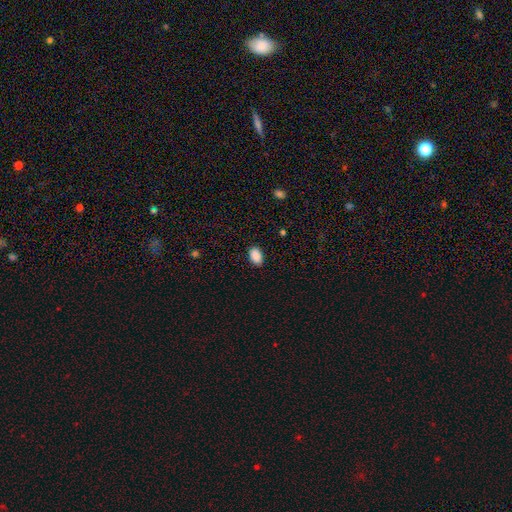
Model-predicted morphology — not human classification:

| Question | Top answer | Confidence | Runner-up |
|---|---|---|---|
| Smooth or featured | smooth | 90% | star or artifact (8%) |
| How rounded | in between | 91% | round (7%) |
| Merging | none | 88% | minor disturbance (9%) |